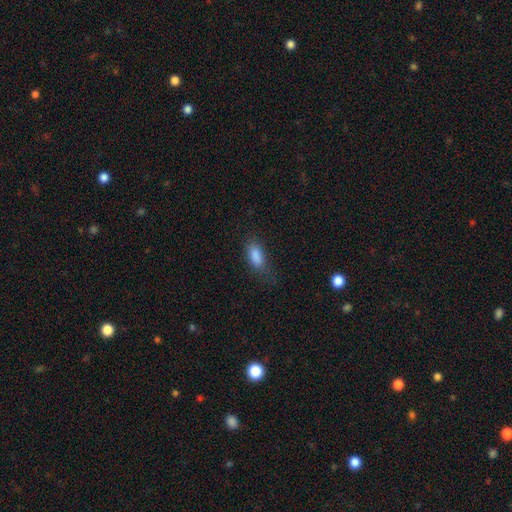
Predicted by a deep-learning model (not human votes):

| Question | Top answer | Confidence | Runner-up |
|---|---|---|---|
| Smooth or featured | smooth | 84% | star or artifact (9%) |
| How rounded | in between | 81% | cigar-shaped (15%) |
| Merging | none | 63% | minor disturbance (24%) |